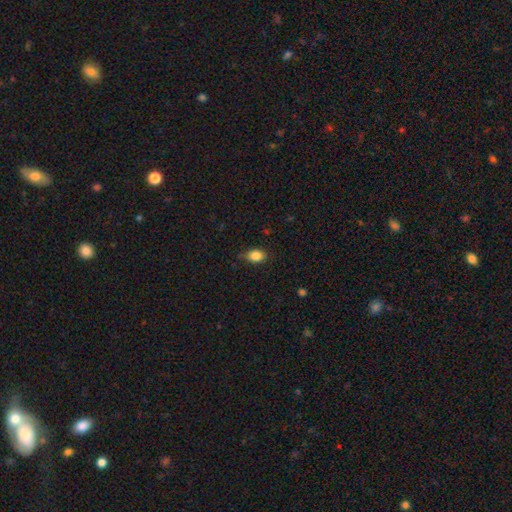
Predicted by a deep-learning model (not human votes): Smooth or featured?
  - smooth: 86% *
  - star or artifact: 9%
  - featured or disk: 5%
How rounded?
  - in between: 76% *
  - round: 23%
  - cigar-shaped: 1%
Merging?
  - none: 80% *
  - minor disturbance: 15%
  - major disturbance: 3%
  - merger: 1%